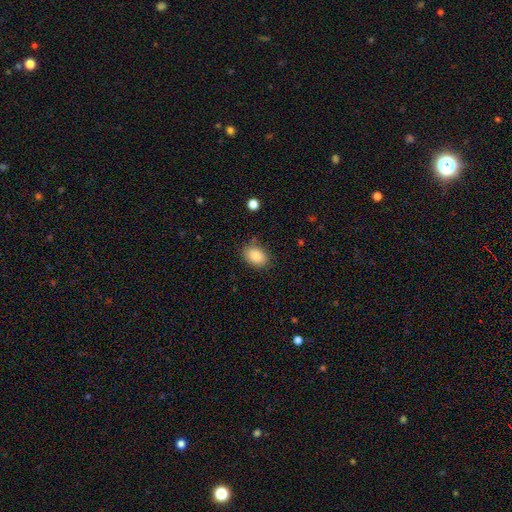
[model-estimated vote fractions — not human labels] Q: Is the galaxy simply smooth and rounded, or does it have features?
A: smooth — 85%.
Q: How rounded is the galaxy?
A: in between — 76%.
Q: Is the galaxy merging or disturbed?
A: none — 80%.